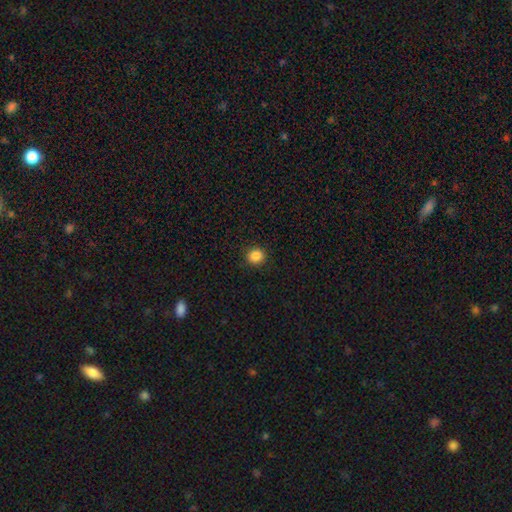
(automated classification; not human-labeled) This is clearly a smooth galaxy (86%). How rounded: clearly round (85%). Merging: clearly none (90%).